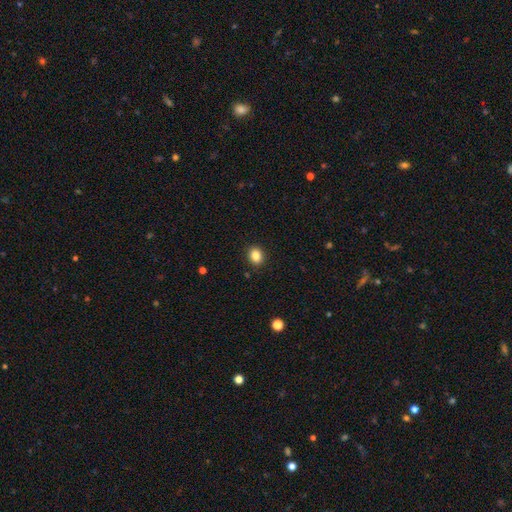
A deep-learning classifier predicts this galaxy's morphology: smooth 85%, star or artifact 10%, featured or disk 5%. Down the decision tree: how rounded — round (61%); merging — none (91%).